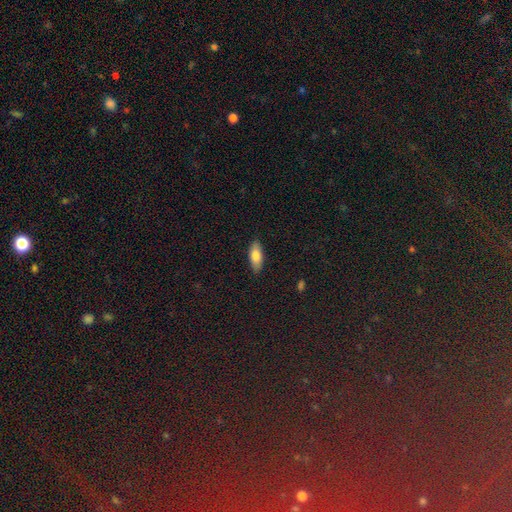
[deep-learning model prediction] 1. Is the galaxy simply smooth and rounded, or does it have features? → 78% smooth, 16% featured or disk, 6% star or artifact.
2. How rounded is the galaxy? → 78% in between, 19% cigar-shaped, 2% round.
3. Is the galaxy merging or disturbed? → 88% none, 9% minor disturbance, 2% major disturbance, 1% merger.